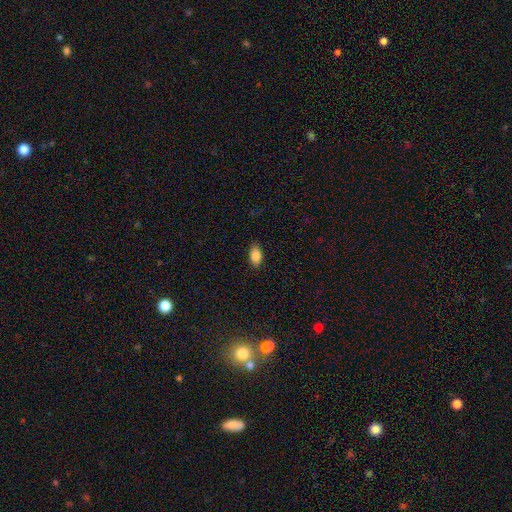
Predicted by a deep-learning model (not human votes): A smooth galaxy with no disk features (87%) that is in between round and cigar-shaped (92%). Merging: none (85%).